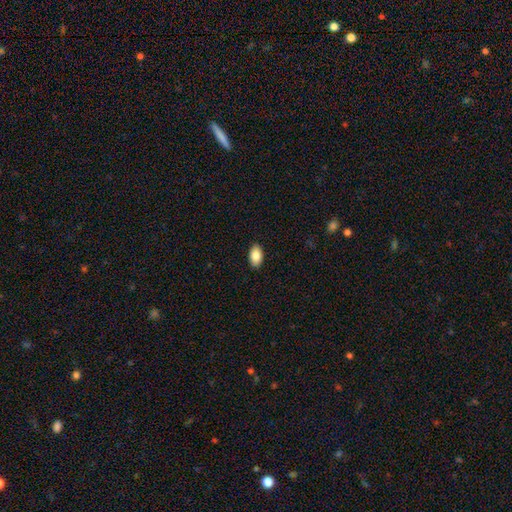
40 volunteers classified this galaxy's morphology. A smooth galaxy with no disk features (88%) that is in between round and cigar-shaped (91%).

Vote fractions:
- Smooth or featured? smooth: 88% / star or artifact: 10% / featured or disk: 2%
- How rounded? in between: 91% / round: 9% / cigar-shaped: 0%
- Merging? none: 83% / minor disturbance: 17% / major disturbance: 0% / merger: 0%